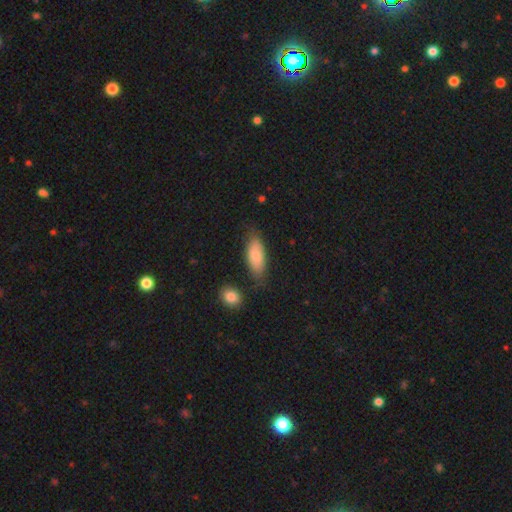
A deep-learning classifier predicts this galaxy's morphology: Smooth or featured?
  - smooth: 79% *
  - featured or disk: 14%
  - star or artifact: 6%
How rounded?
  - in between: 82% *
  - cigar-shaped: 16%
  - round: 2%
Merging?
  - none: 70% *
  - minor disturbance: 20%
  - merger: 5%
  - major disturbance: 5%